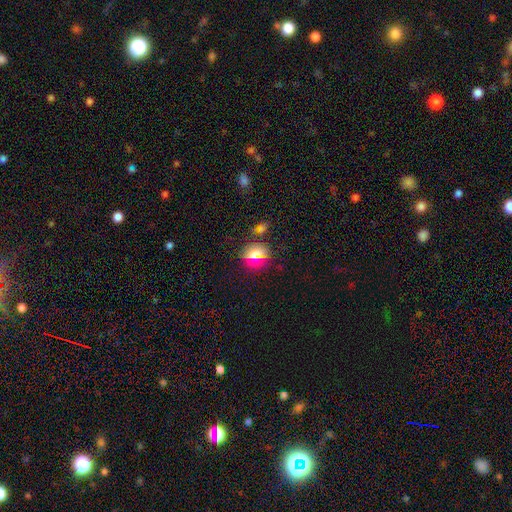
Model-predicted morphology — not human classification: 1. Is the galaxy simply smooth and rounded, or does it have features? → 65% smooth, 25% star or artifact, 10% featured or disk.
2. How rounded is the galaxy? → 77% round, 21% in between, 3% cigar-shaped.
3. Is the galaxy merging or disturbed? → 83% none, 10% minor disturbance, 4% merger, 4% major disturbance.